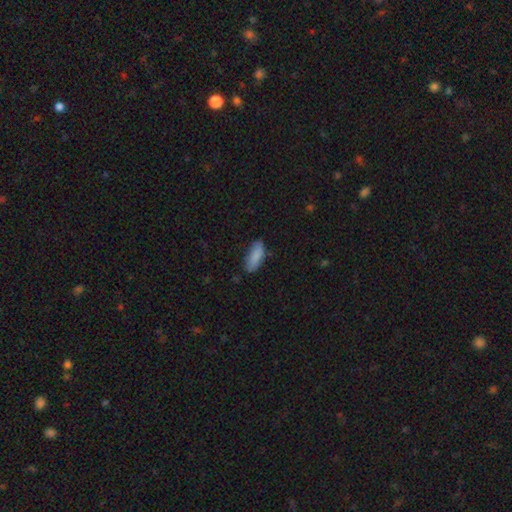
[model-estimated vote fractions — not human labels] smooth_or_featured: smooth (p=0.86) [alt: featured or disk p=0.08]
how_rounded: in between (p=0.78) [alt: cigar-shaped p=0.20]
merging: none (p=0.74) [alt: minor disturbance p=0.21]